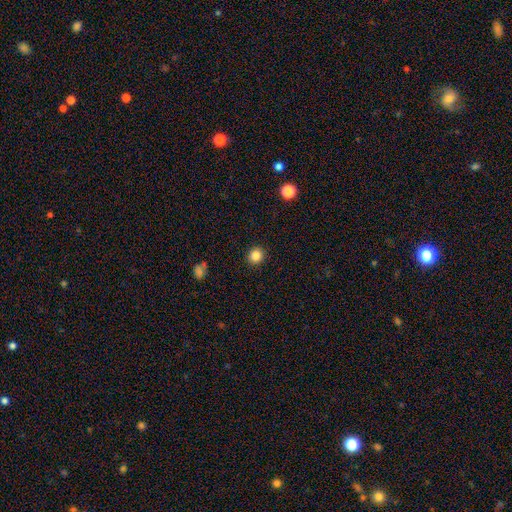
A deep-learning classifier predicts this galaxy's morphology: Smooth or featured? smooth (85%)
How rounded? round (88%)
Merging? none (92%)